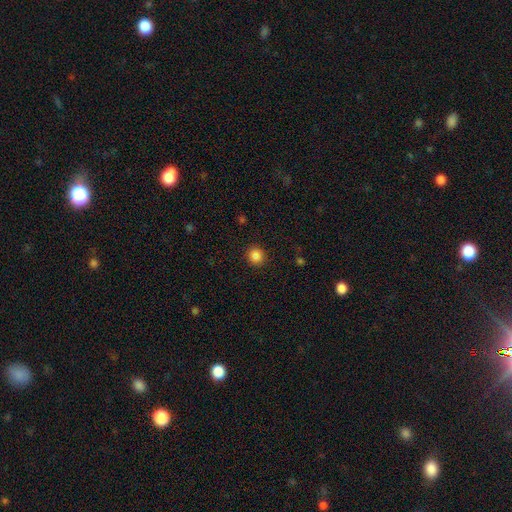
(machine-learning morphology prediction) A smooth galaxy with no disk features (83%) that is round (91%). Merging: none (91%).